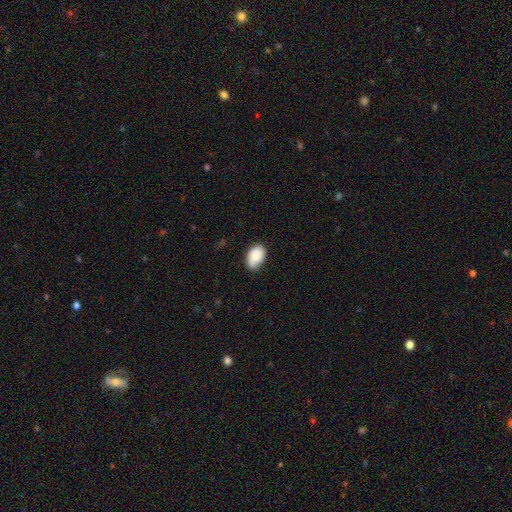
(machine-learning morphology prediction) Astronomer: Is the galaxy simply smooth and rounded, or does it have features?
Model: smooth — 80%.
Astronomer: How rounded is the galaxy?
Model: in between — 89%.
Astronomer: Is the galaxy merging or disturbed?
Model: none — 67%.